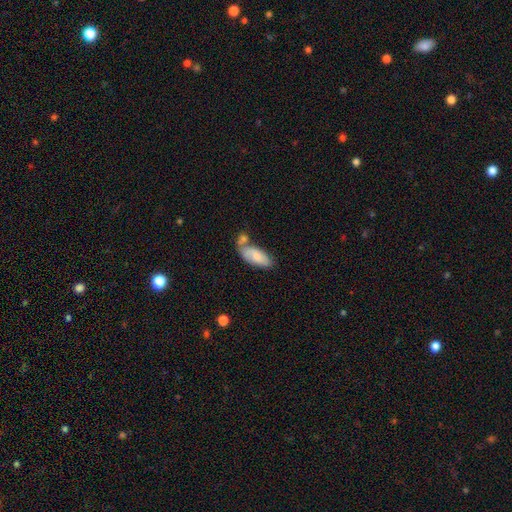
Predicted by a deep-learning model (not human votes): Morphology: type=smooth (71%); roundness=in between (85%); merging=none (38%).